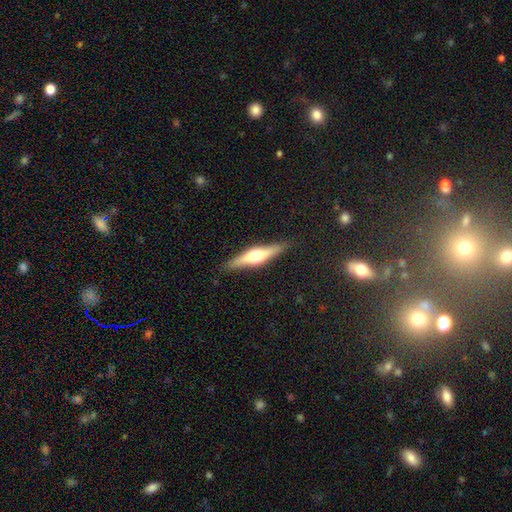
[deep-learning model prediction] Overall: featured or disk (63%; smooth 31%). Edge-on disk: yes (96%). Edge-on bulge: rounded (92%). Merging: none (88%).